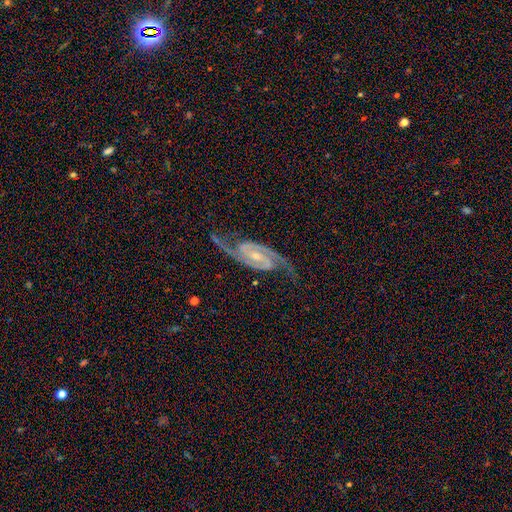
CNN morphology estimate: type=featured or disk (91%); edge-on=no (96%); bar=weak (42%); spiral arms=yes (99%); winding=medium (57%); arm count=2 (94%); bulge=small (61%); merging=none (81%).